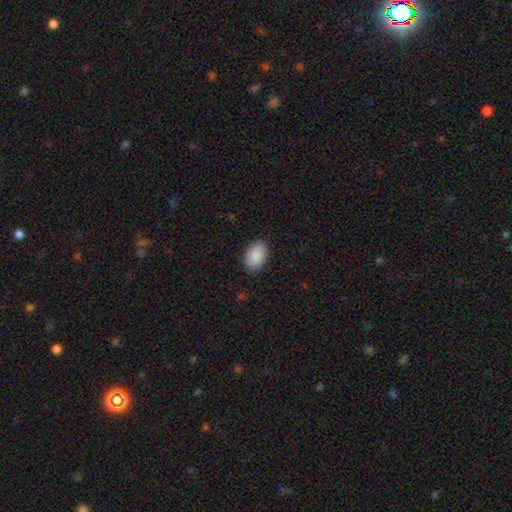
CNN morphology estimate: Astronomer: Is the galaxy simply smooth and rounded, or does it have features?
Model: smooth — 90%.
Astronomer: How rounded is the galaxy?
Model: in between — 90%.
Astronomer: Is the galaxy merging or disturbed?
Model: none — 88%.